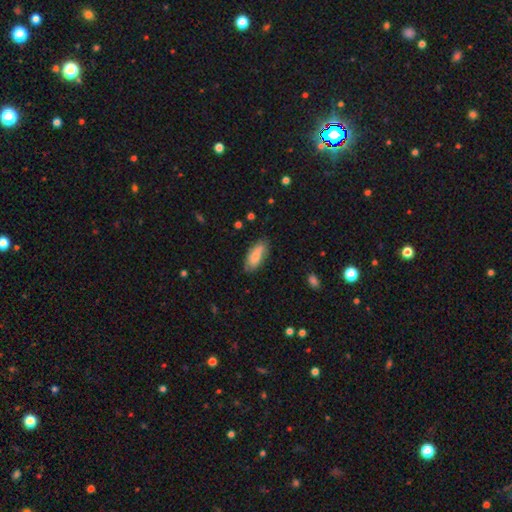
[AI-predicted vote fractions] Smooth or featured?
  - smooth: 71% *
  - featured or disk: 22%
  - star or artifact: 7%
How rounded?
  - in between: 83% *
  - cigar-shaped: 14%
  - round: 2%
Merging?
  - none: 75% *
  - minor disturbance: 20%
  - major disturbance: 4%
  - merger: 2%